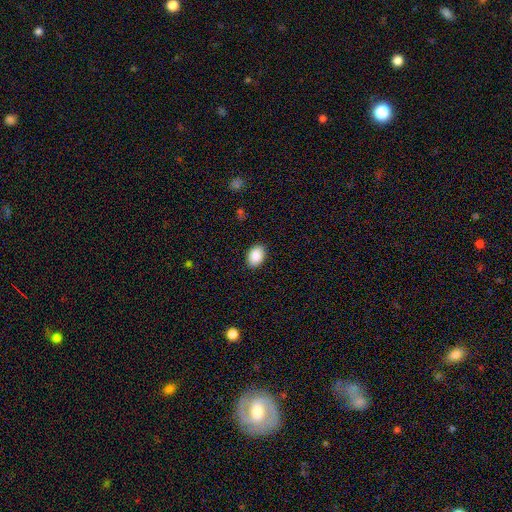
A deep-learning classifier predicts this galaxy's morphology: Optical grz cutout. It shows a smooth galaxy with no disk features (89%) that is in between round and cigar-shaped (83%). Merging: none (88%).